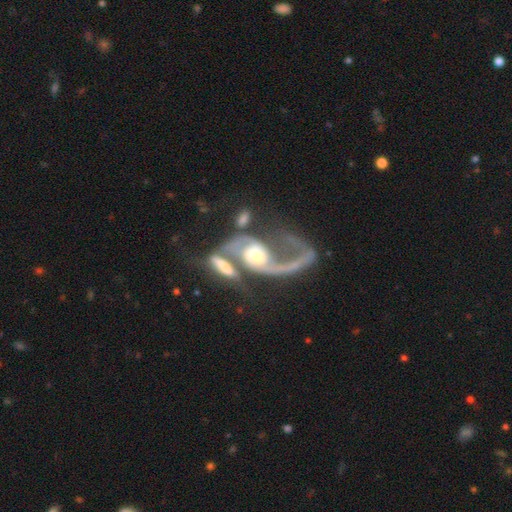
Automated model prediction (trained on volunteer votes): A featured or disk galaxy (85%) with no bar (55%), 2 (53%) loose (56%) spiral arms (92%) and a moderate central bulge (50%). Merging: merger (58%).